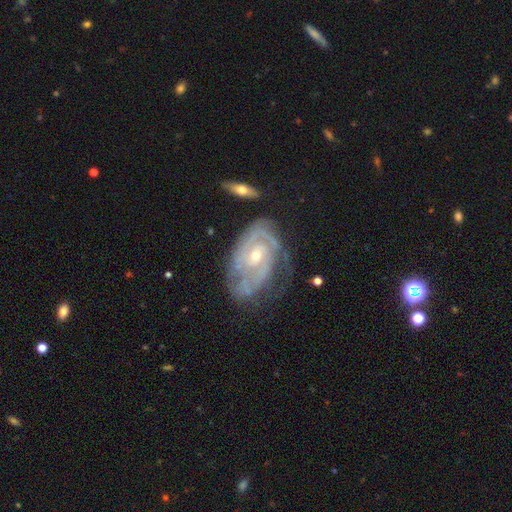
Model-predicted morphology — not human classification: Smooth or featured: featured or disk — 86% (smooth — 8%)
Edge-on disk: no — 96% (yes — 4%)
Bar: no — 60% (weak — 33%)
Spiral arms: yes — 94% (no — 6%)
Spiral winding: tight — 68% (medium — 26%)
Spiral arm count: 2 — 34% (tied with can't tell — 34%)
Bulge size: small — 54% (moderate — 42%)
Merging: none — 51% (minor disturbance — 28%)